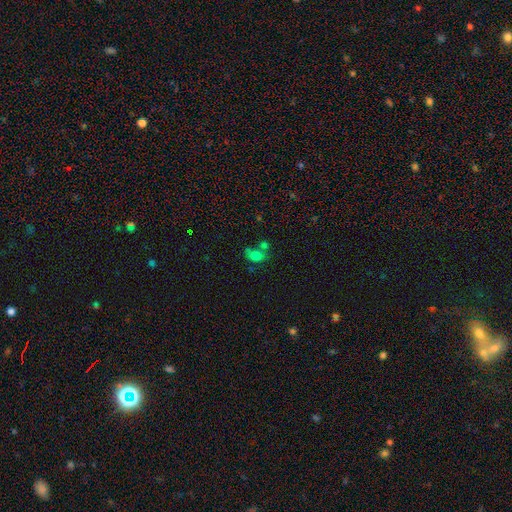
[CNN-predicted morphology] Q: Smooth or featured?
A: smooth (70%); runner-up: star or artifact (17%)
Q: How rounded?
A: in between (71%); runner-up: round (27%)
Q: Merging?
A: none (37%); runner-up: merger (35%)